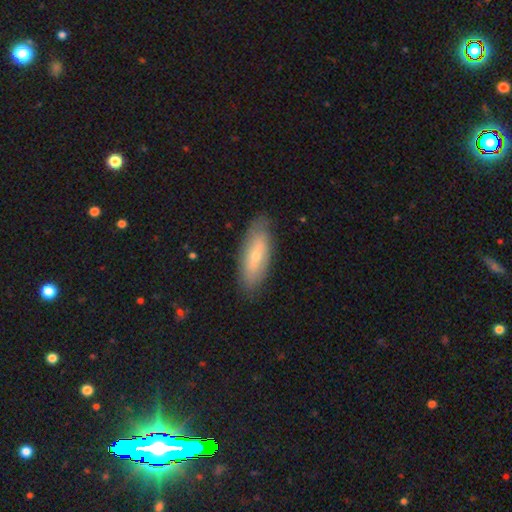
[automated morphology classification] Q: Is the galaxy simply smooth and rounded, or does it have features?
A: smooth — 54%.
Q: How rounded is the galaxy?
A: in between — 70%.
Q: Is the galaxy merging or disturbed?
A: none — 83%.